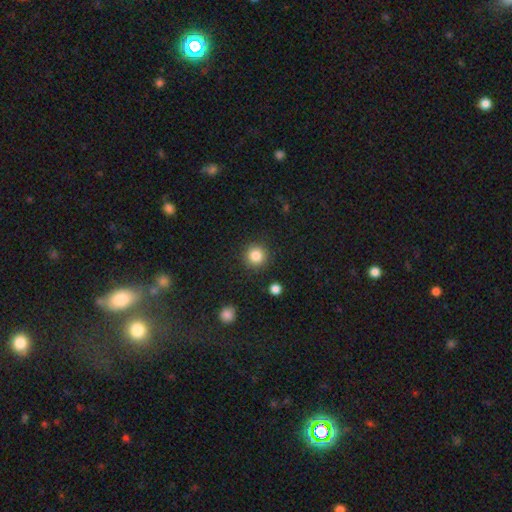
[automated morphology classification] Smooth or featured? Predicted: smooth (p=0.85). How rounded? Predicted: round (p=0.94). Merging? Predicted: none (p=0.90).